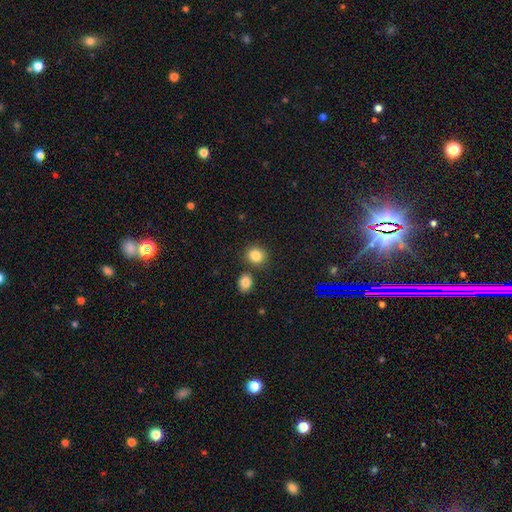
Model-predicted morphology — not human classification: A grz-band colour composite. It shows a smooth galaxy with no disk features (84%) that is round (79%). Merging: none (78%).